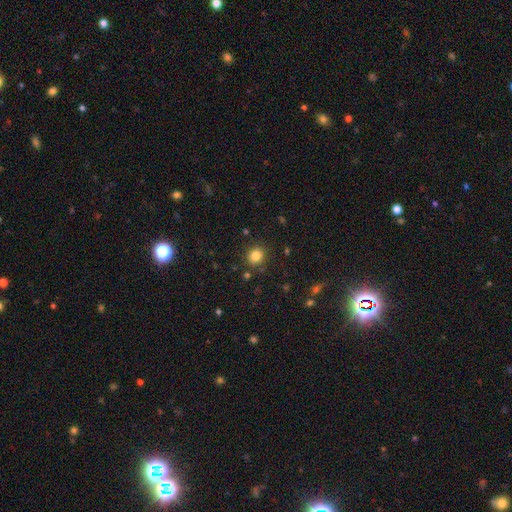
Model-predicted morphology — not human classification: Smooth or featured: smooth — 82% (star or artifact — 12%)
How rounded: round — 81% (in between — 18%)
Merging: none — 86% (minor disturbance — 8%)